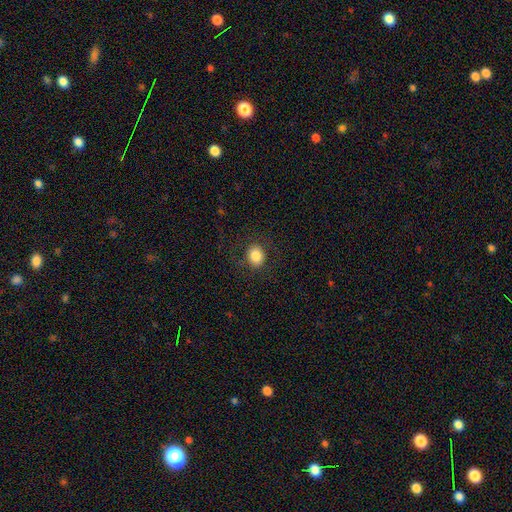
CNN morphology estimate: The model was most divided on "how rounded": round: 63%, in between: 36%, cigar-shaped: 1%. More confident: merging — none (86%); smooth or featured — smooth (84%).